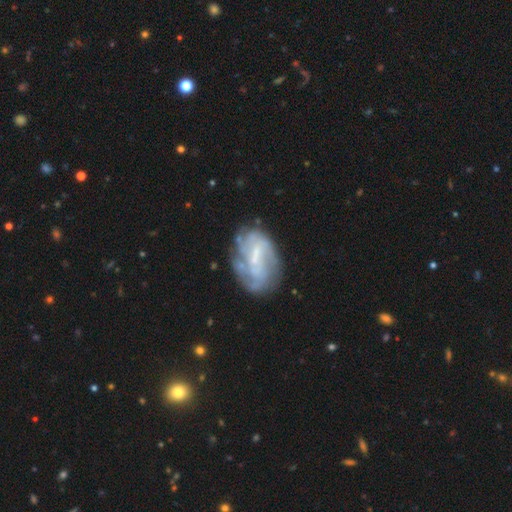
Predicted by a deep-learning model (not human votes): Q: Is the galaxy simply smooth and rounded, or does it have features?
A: featured or disk — 70%.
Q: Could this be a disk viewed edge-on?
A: no — 96%.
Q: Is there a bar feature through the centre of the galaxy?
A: weak — 46%.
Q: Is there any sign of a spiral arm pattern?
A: yes — 65%.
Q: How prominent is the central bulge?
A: small — 50%.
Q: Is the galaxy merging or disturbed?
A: none — 60%.